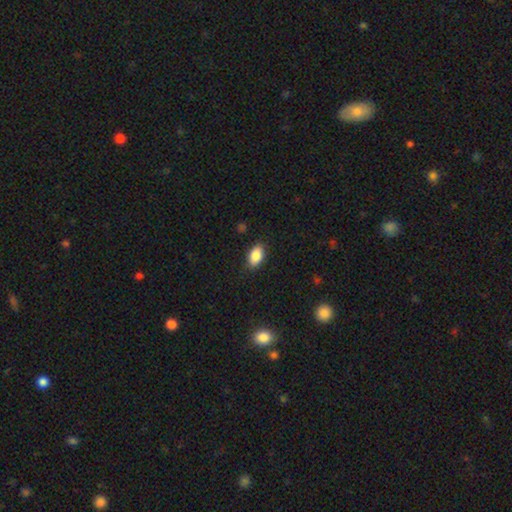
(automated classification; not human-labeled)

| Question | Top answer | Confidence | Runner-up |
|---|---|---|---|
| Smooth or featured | smooth | 86% | star or artifact (8%) |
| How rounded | in between | 89% | round (8%) |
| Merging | none | 86% | minor disturbance (11%) |